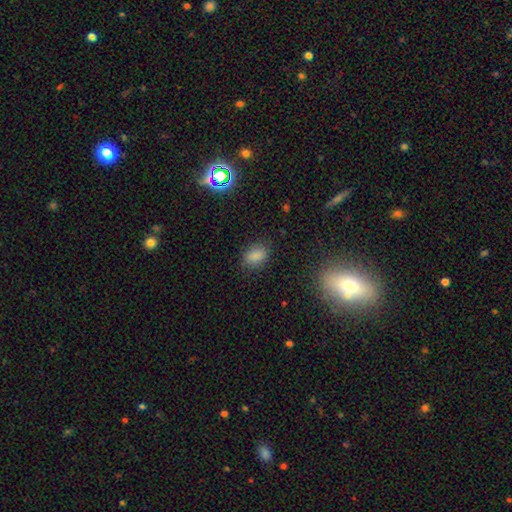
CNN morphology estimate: A smooth galaxy with no disk features (83%) that is in between round and cigar-shaped (83%). Merging: none (81%).